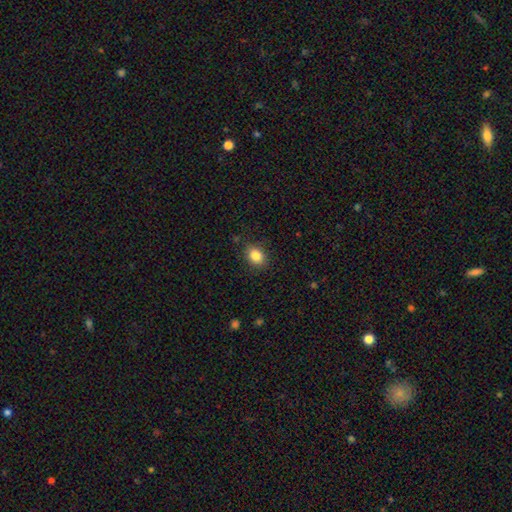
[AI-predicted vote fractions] Smooth or featured? Predicted: smooth (p=0.85). How rounded? Predicted: in between (p=0.61). Merging? Predicted: none (p=0.85).